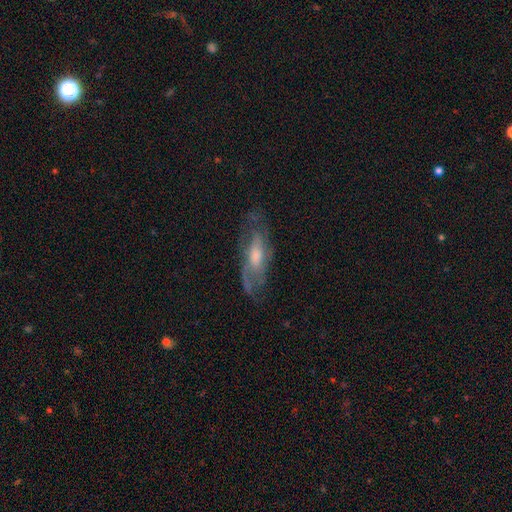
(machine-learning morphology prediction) A featured or disk galaxy (69%) with no bar (60%), spiral arms (77%) and a moderate central bulge (56%).

Vote fractions:
- Smooth or featured? featured or disk: 69% / smooth: 24% / star or artifact: 7%
- Edge-on disk? no: 77% / yes: 23%
- Bar? no: 60% / weak: 32% / strong: 8%
- Spiral arms? yes: 77% / no: 23%
- Bulge size? moderate: 56% / large: 18% / small: 18% / none: 6% / dominant: 2%
- Merging? none: 62% / minor disturbance: 23% / major disturbance: 14% / merger: 2%